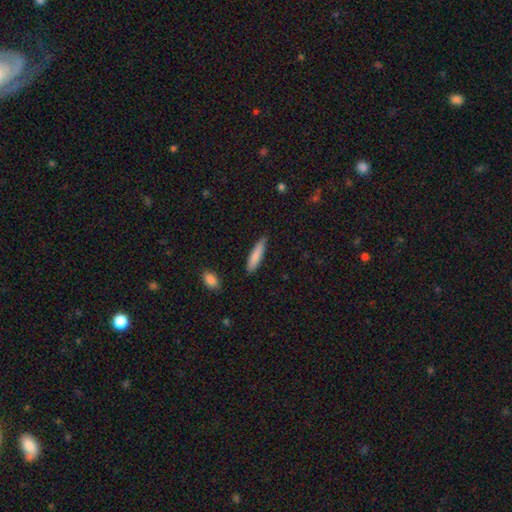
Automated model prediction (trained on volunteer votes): The model was most divided on "how rounded": cigar-shaped: 81%, in between: 17%, round: 1%. More confident: smooth or featured — smooth (83%); merging — none (80%).